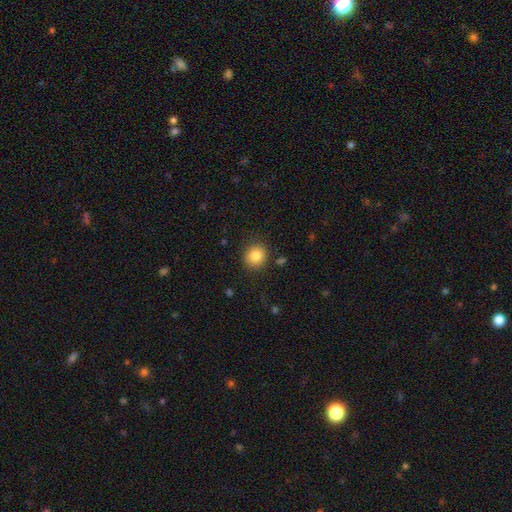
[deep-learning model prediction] smooth-or-featured: smooth: 83% | star or artifact: 10% | featured or disk: 7%
  how-rounded: round: 85% | in between: 14% | cigar-shaped: 1%
  merging: none: 88% | minor disturbance: 8% | major disturbance: 3% | merger: 1%